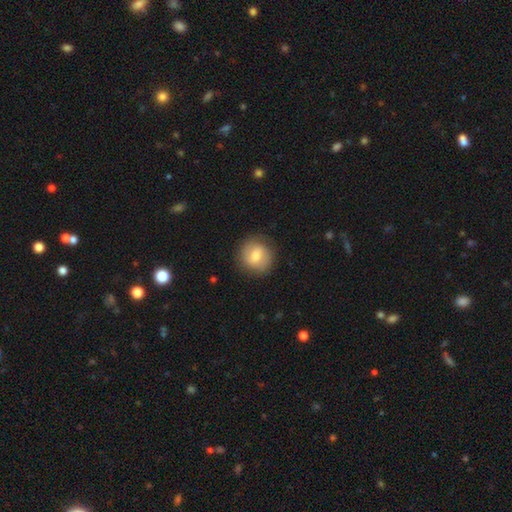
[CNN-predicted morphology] Q: Smooth or featured?
A: smooth (71%); runner-up: featured or disk (22%)
Q: How rounded?
A: round (90%); runner-up: in between (9%)
Q: Merging?
A: none (85%); runner-up: minor disturbance (10%)